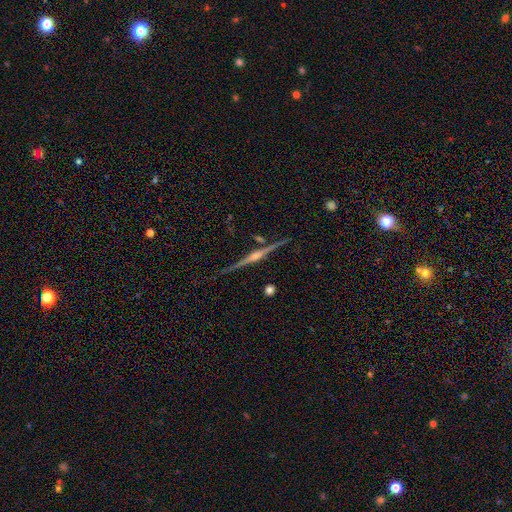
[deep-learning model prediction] This is clearly a featured or disk galaxy (87%). It is clearly viewed edge-on (98%). Edge-on bulge: clearly rounded (86%). Merging: clearly none (87%).